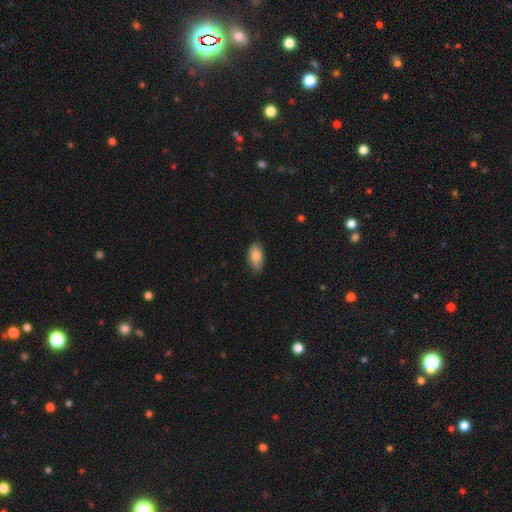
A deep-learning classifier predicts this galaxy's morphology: The model was most divided on "merging": none: 80%, minor disturbance: 16%, major disturbance: 2%, merger: 1%. More confident: how rounded — in between (92%); smooth or featured — smooth (82%).